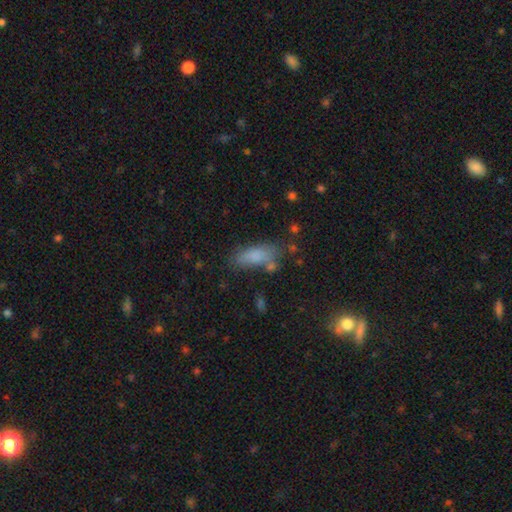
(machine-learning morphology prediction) smooth_or_featured: smooth (p=0.79) [alt: featured or disk p=0.11]
how_rounded: in between (p=0.72) [alt: cigar-shaped p=0.25]
merging: none (p=0.60) [alt: minor disturbance p=0.21]